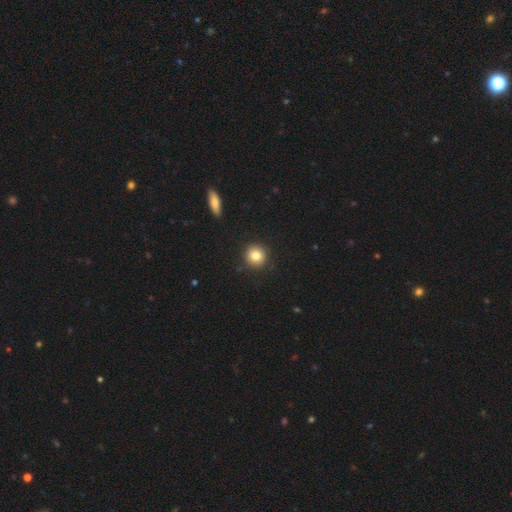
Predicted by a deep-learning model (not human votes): A smooth galaxy with no disk features (82%) that is round (92%).

Vote fractions:
- Smooth or featured? smooth: 82% / star or artifact: 10% / featured or disk: 8%
- How rounded? round: 92% / in between: 7% / cigar-shaped: 1%
- Merging? none: 90% / minor disturbance: 7% / major disturbance: 2% / merger: 1%